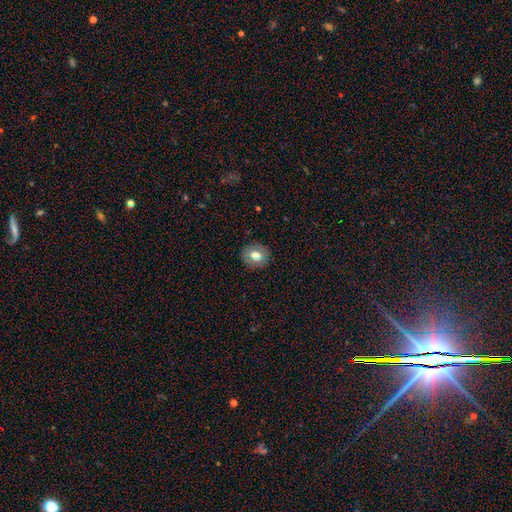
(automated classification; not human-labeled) smooth 67%, featured or disk 24%, star or artifact 9%. Down the decision tree: how rounded — round (73%); merging — none (87%).